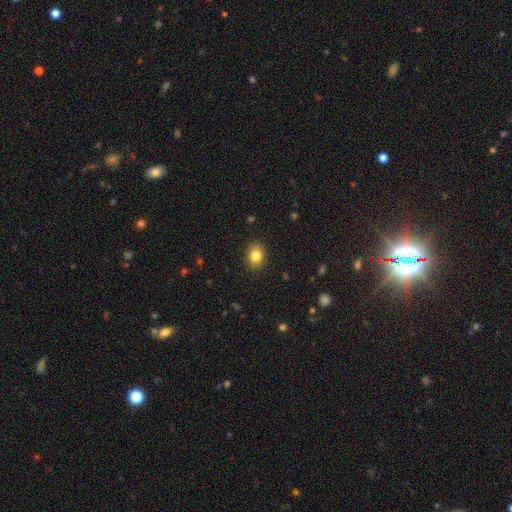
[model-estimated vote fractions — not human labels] Smooth or featured: smooth — 83% (star or artifact — 10%)
How rounded: in between — 64% (round — 35%)
Merging: none — 89% (minor disturbance — 8%)